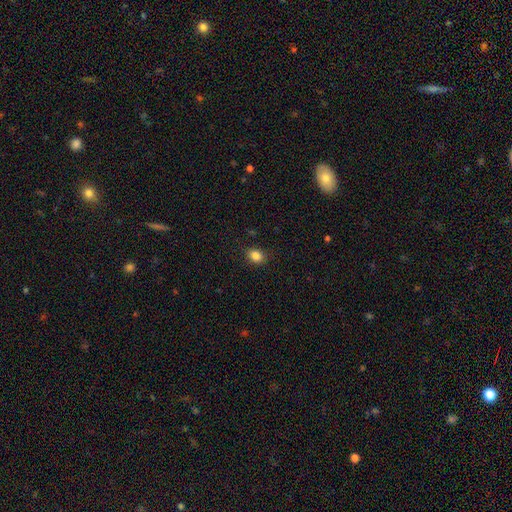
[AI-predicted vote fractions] Q: Smooth or featured?
A: smooth (85%); runner-up: star or artifact (11%)
Q: How rounded?
A: in between (57%); runner-up: round (42%)
Q: Merging?
A: none (86%); runner-up: minor disturbance (10%)